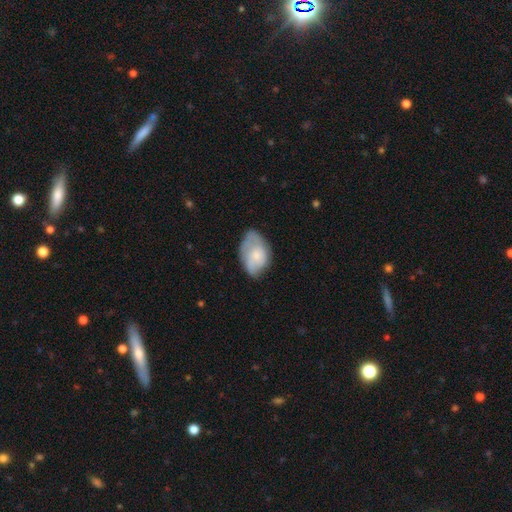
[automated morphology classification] smooth-or-featured: smooth: 59% | featured or disk: 34% | star or artifact: 7%
  how-rounded: in between: 88% | round: 10% | cigar-shaped: 1%
  merging: none: 48% | minor disturbance: 35% | major disturbance: 15% | merger: 2%